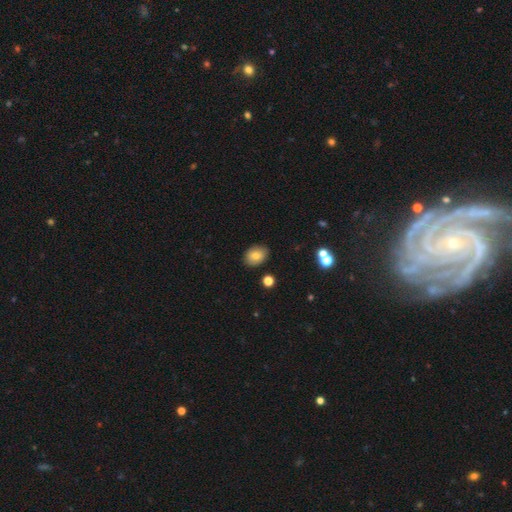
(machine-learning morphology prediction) The model was most divided on "how rounded": in between: 67%, round: 32%, cigar-shaped: 1%. More confident: merging — none (86%); smooth or featured — smooth (77%).